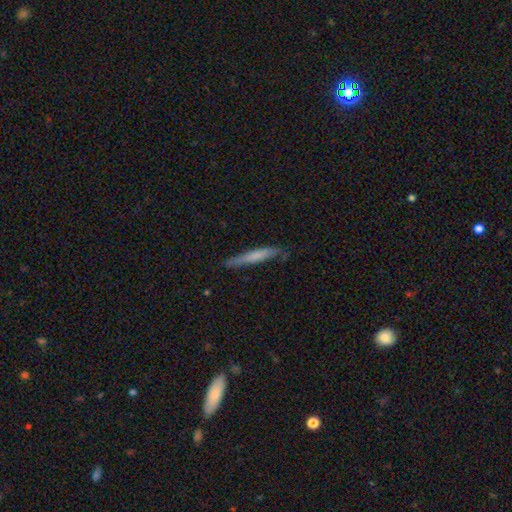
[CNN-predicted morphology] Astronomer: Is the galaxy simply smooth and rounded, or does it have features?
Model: smooth — 65%.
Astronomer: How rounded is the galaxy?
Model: cigar-shaped — 95%.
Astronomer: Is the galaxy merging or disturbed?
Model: none — 79%.